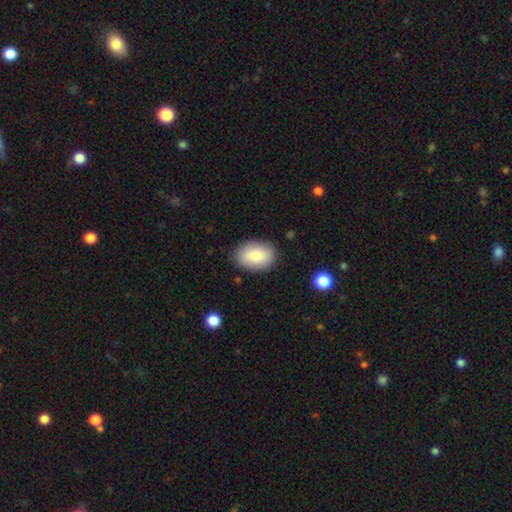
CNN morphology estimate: type=smooth (81%); roundness=in between (84%); merging=none (86%).